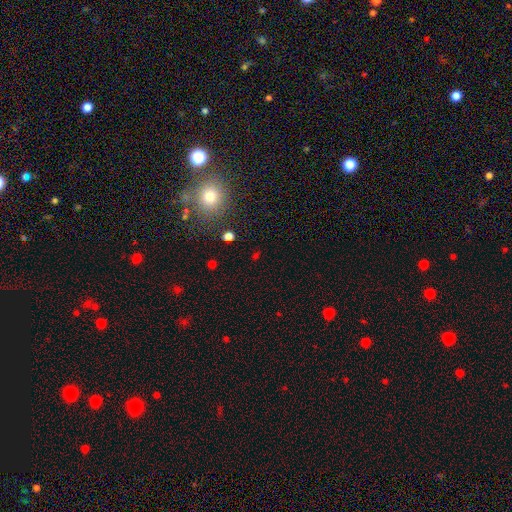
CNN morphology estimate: A smooth galaxy with no disk features (46%, tied with star or artifact).

Vote fractions:
- Smooth or featured? smooth: 46% (tied) / star or artifact: 46% (tied) / featured or disk: 8%
- Merging? none: 81% / minor disturbance: 10% / major disturbance: 5% / merger: 4%